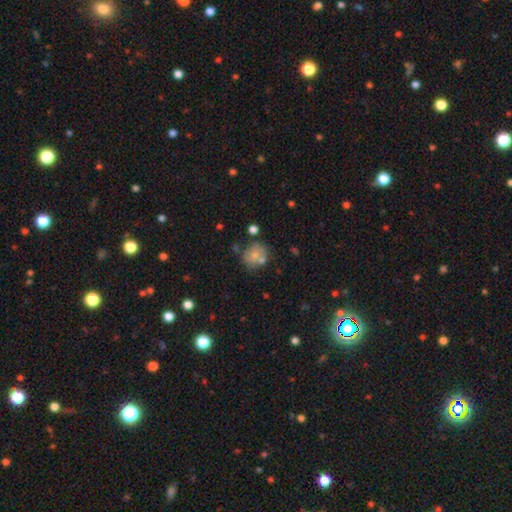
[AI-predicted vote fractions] A smooth galaxy with no disk features (71%) that is round (72%). Merging: none (58%).